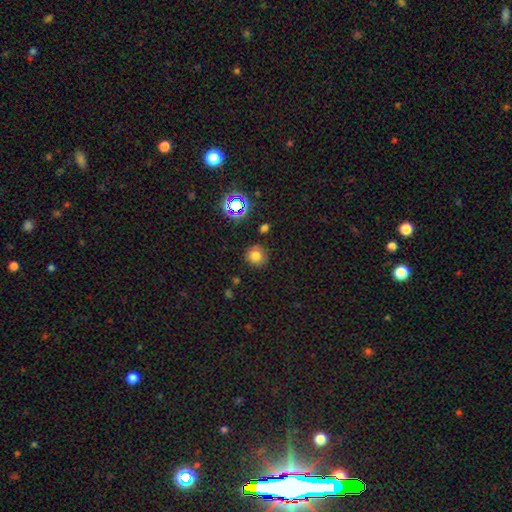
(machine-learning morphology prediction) A smooth galaxy with no disk features (74%) that is round (91%).

Vote fractions:
- Smooth or featured? smooth: 74% / star or artifact: 17% / featured or disk: 9%
- How rounded? round: 91% / in between: 8% / cigar-shaped: 1%
- Merging? none: 84% / minor disturbance: 10% / major disturbance: 3% / merger: 3%